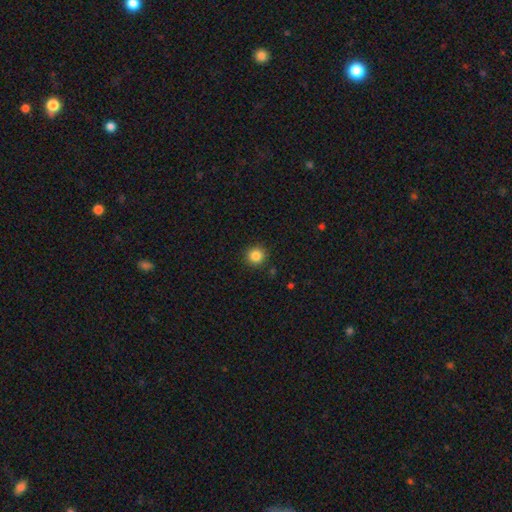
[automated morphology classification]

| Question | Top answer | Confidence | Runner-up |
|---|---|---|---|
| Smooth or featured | smooth | 85% | star or artifact (11%) |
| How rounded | round | 93% | in between (6%) |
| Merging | none | 91% | minor disturbance (6%) |